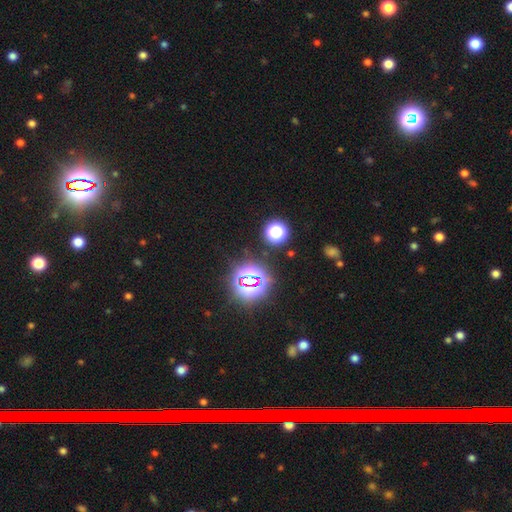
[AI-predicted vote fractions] The model was most divided on "smooth or featured": star or artifact: 74%, smooth: 18%, featured or disk: 8%.